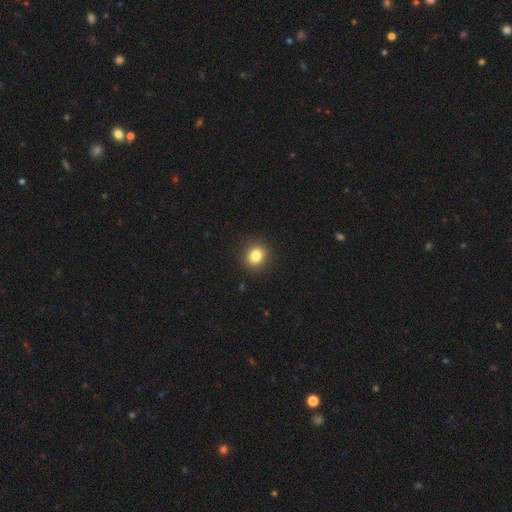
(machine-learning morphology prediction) Q: Smooth or featured?
A: smooth (83%); runner-up: star or artifact (11%)
Q: How rounded?
A: round (72%); runner-up: in between (27%)
Q: Merging?
A: none (91%); runner-up: minor disturbance (6%)